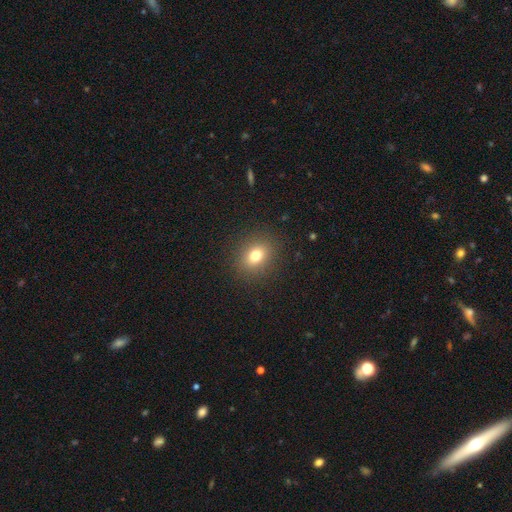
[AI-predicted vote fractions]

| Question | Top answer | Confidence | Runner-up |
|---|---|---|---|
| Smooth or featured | smooth | 77% | star or artifact (13%) |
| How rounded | round | 54% | in between (45%) |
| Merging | none | 89% | minor disturbance (7%) |